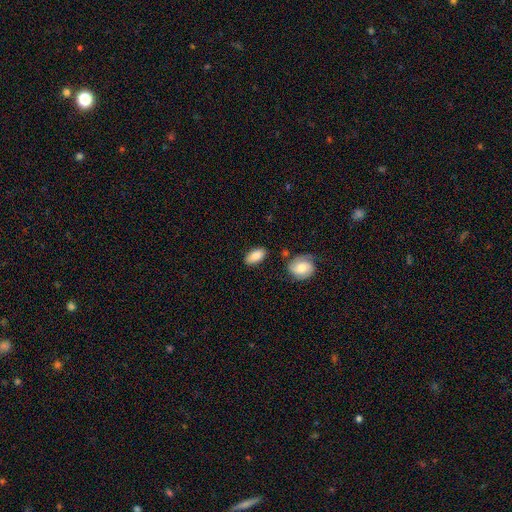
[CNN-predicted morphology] The model was most divided on "merging": none: 79%, minor disturbance: 13%, merger: 5%, major disturbance: 3%. More confident: how rounded — in between (92%); smooth or featured — smooth (84%).